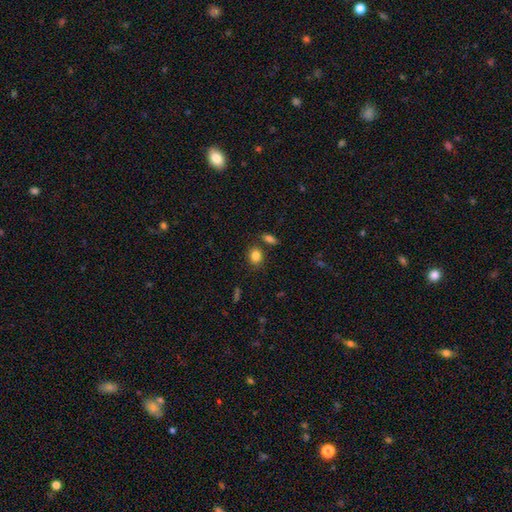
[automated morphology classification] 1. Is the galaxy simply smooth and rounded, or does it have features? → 85% smooth, 10% star or artifact, 6% featured or disk.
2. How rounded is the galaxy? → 49% round (tied), 49% in between (tied), 1% cigar-shaped.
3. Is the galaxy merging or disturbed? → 78% none, 11% minor disturbance, 8% merger, 3% major disturbance.